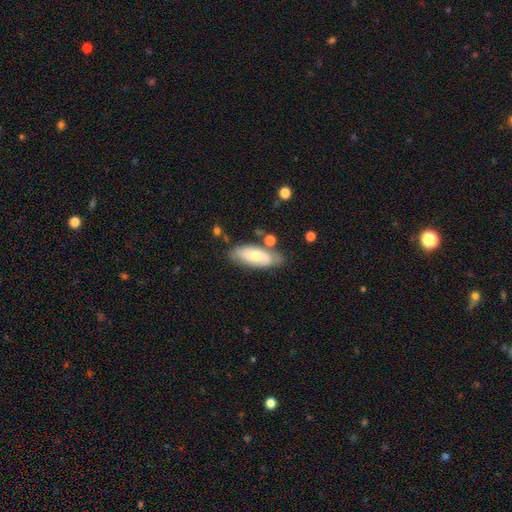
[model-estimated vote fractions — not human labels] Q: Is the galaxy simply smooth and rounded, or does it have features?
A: smooth — 57%.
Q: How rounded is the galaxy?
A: in between — 79%.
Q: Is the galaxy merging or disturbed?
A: none — 68%.